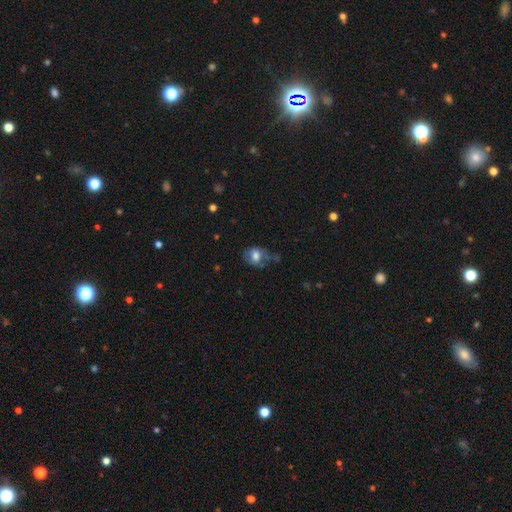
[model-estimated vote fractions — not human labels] smooth-or-featured: smooth: 70% | featured or disk: 21% | star or artifact: 9%
  how-rounded: in between: 51% | round: 48% | cigar-shaped: 1%
  merging: none: 48% | minor disturbance: 30% | major disturbance: 15% | merger: 6%